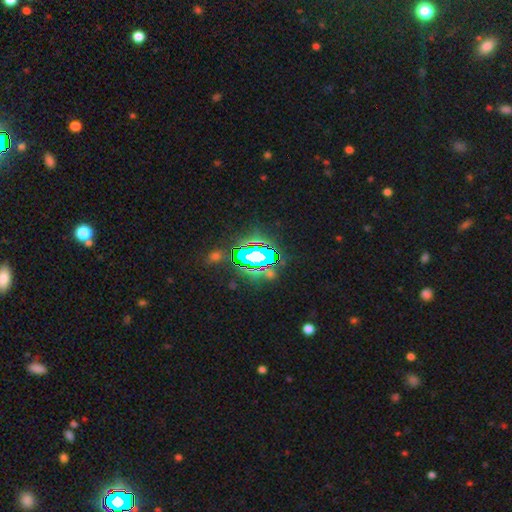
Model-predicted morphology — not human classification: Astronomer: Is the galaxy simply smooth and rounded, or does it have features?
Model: star or artifact — 69%.